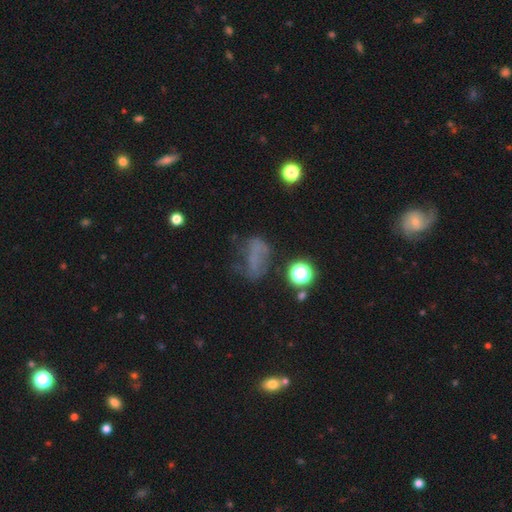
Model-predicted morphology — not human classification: smooth_or_featured: smooth (p=0.42) [alt: featured or disk p=0.30]
merging: none (p=0.40) [alt: major disturbance p=0.30]